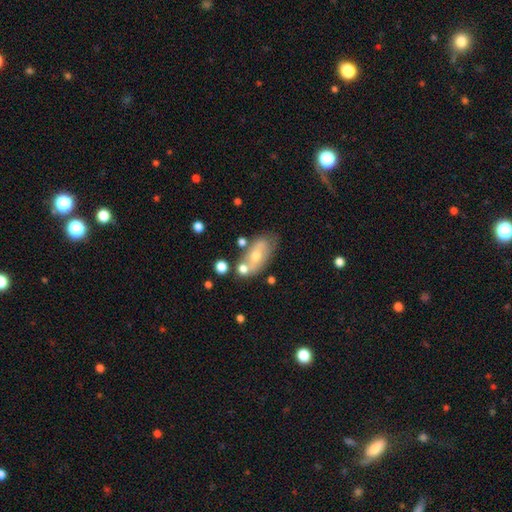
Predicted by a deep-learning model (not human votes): Smooth or featured: smooth — 47% (featured or disk — 45%)
Merging: none — 54% (minor disturbance — 21%)